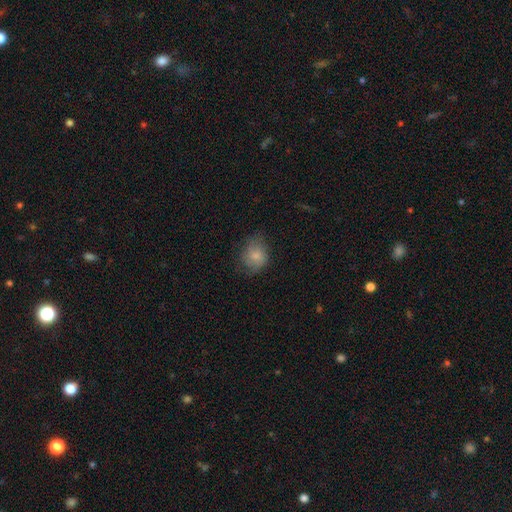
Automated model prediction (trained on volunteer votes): Smooth or featured: smooth — 71% (featured or disk — 21%)
How rounded: round — 58% (in between — 42%)
Merging: none — 61% (minor disturbance — 27%)